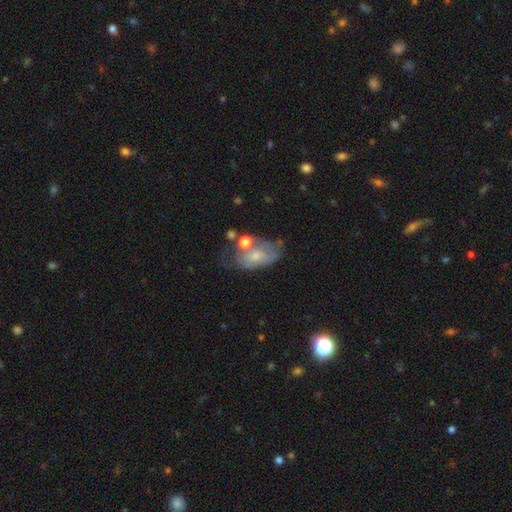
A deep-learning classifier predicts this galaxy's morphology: A smooth galaxy with no disk features (47%).

Vote fractions:
- Smooth or featured? smooth: 47% / featured or disk: 44% / star or artifact: 9%
- Merging? none: 29% / minor disturbance: 28% / major disturbance: 25% / merger: 18%